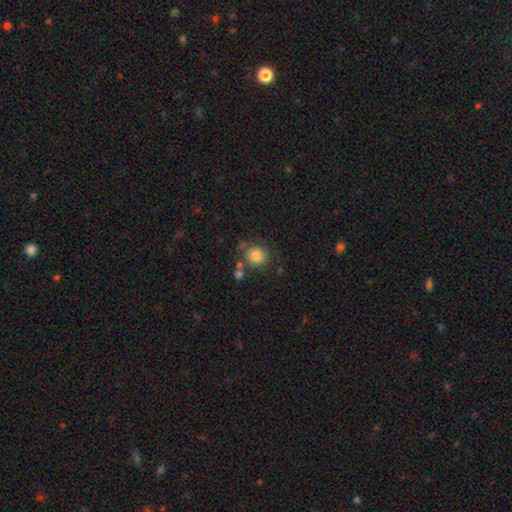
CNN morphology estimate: This appears to be a smooth galaxy with no disk features (82%) that is round (88%). Merging: none (73%).